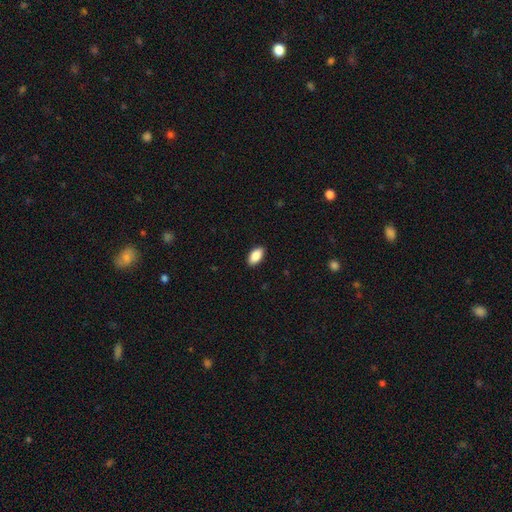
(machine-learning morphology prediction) A smooth galaxy with no disk features (88%) that is in between round and cigar-shaped (94%). Merging: none (89%).